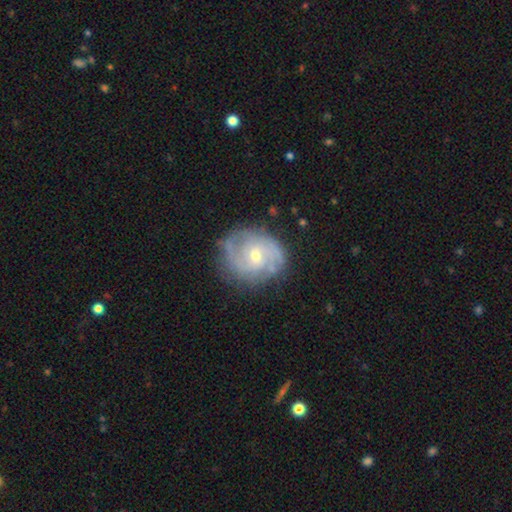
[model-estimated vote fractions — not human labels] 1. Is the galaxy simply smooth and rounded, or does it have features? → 79% featured or disk, 15% smooth, 6% star or artifact.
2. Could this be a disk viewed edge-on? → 97% no, 3% yes.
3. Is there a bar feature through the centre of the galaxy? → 55% no, 39% weak, 6% strong.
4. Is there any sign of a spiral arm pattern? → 91% yes, 9% no.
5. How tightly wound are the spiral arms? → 48% tight, 39% medium, 14% loose.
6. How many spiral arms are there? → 48% 2, 27% can't tell, 13% 3, 4% 1, 4% 4, 3% more than 4.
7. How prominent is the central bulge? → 54% small, 42% moderate, 2% large, 1% none, 1% dominant.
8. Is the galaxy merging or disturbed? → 72% none, 19% minor disturbance, 7% major disturbance, 2% merger.